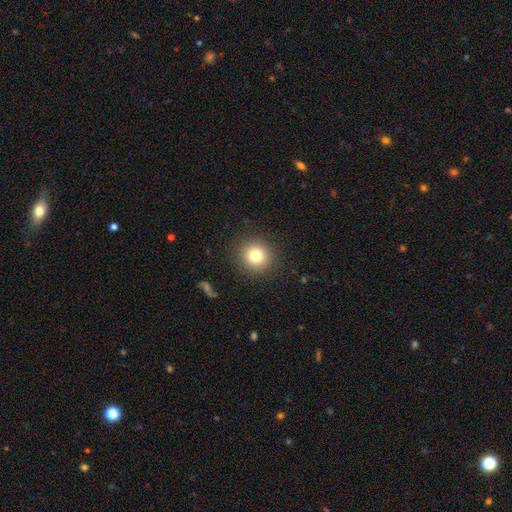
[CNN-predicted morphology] Overall: smooth (79%). How rounded: round (90%). Merging: none (90%).